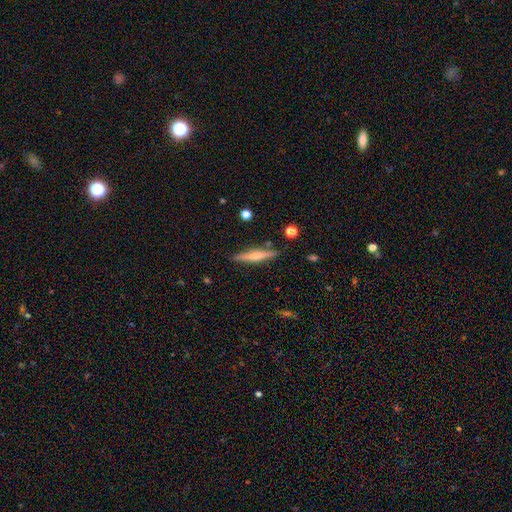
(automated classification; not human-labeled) Overall: featured or disk (55%; smooth 38%). Edge-on disk: yes (96%). Edge-on bulge: rounded (73%). Merging: none (87%).